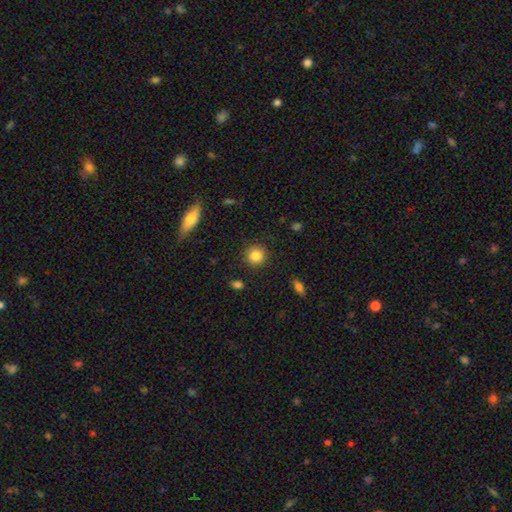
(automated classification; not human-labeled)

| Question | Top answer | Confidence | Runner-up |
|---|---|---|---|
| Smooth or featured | smooth | 84% | star or artifact (10%) |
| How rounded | round | 92% | in between (7%) |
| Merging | none | 90% | minor disturbance (7%) |